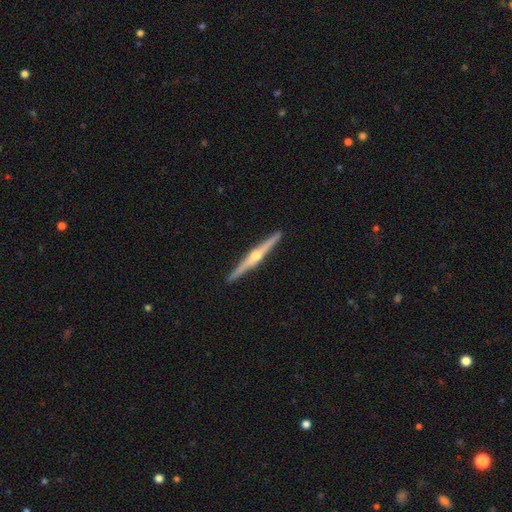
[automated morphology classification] smooth-or-featured: featured or disk: 83% | smooth: 12% | star or artifact: 5%
  disk-edge-on: yes: 99% | no: 1%
    edge-on-bulge: rounded: 93% | none: 4% | boxy: 3%
  merging: none: 92% | minor disturbance: 5% | major disturbance: 1% | merger: 1%